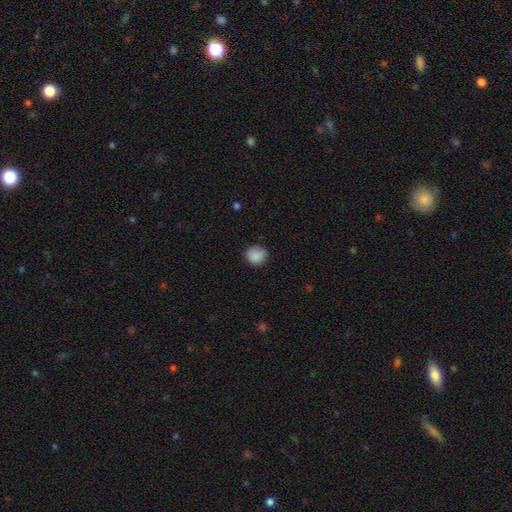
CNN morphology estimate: The model was most divided on "merging": none: 80%, minor disturbance: 16%, major disturbance: 3%, merger: 1%. More confident: smooth or featured — smooth (88%); how rounded — round (81%).